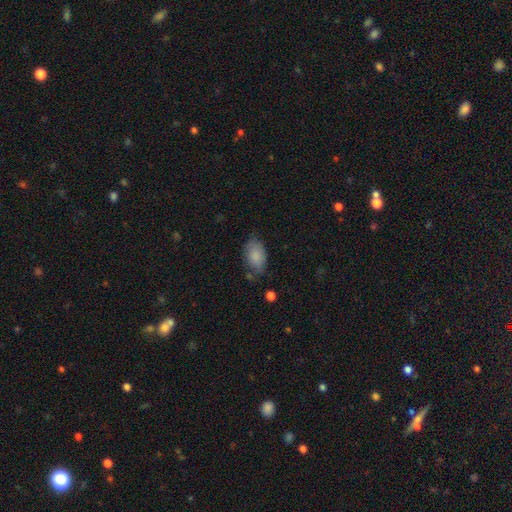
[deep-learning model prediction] Smooth or featured? smooth (85%)
How rounded? in between (91%)
Merging? none (65%)